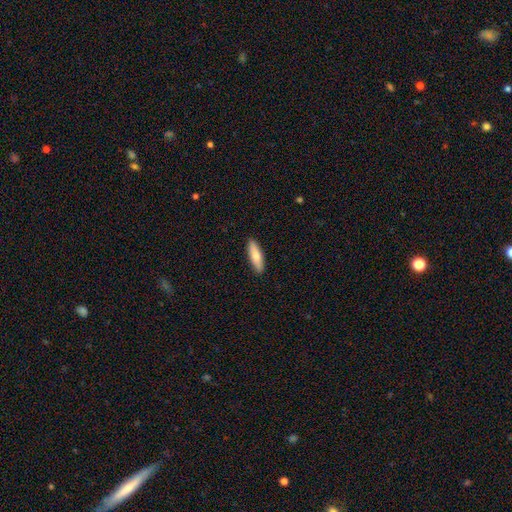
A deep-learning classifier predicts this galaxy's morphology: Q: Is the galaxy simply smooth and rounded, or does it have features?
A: smooth — 76%.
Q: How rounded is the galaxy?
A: cigar-shaped — 62%.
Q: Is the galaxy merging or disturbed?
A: none — 90%.